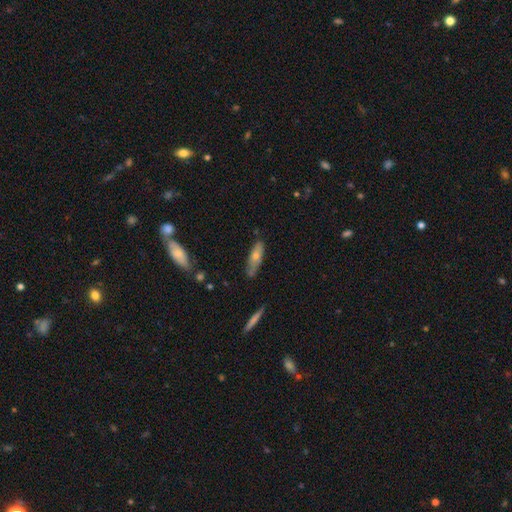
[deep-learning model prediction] Smooth or featured? smooth (54%)
How rounded? cigar-shaped (55%)
Merging? none (67%)